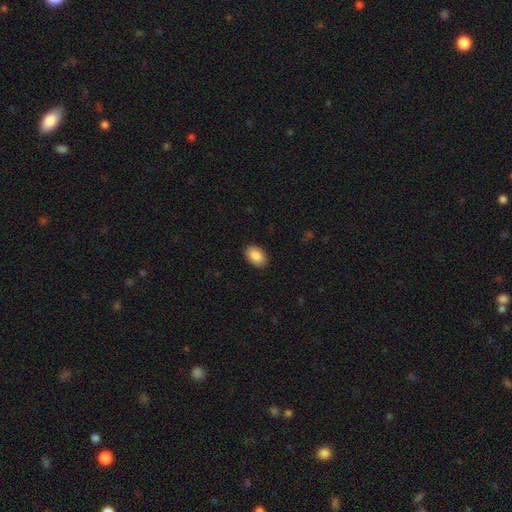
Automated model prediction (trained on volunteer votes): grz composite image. It shows a smooth galaxy with no disk features (89%) that is in between round and cigar-shaped (88%). Merging: none (90%).